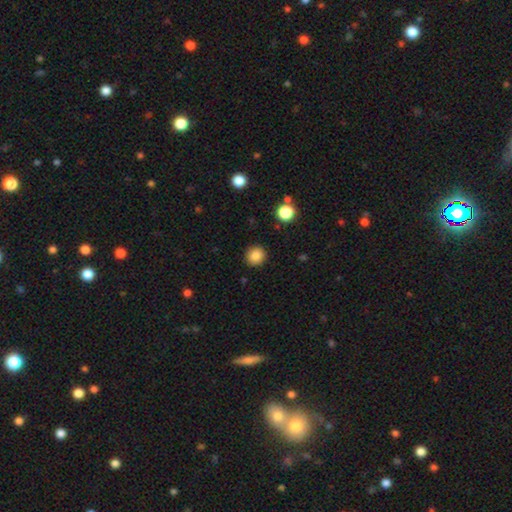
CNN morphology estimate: smooth_or_featured: smooth (p=0.85) [alt: star or artifact p=0.10]
how_rounded: round (p=0.91) [alt: in between p=0.08]
merging: none (p=0.91) [alt: minor disturbance p=0.06]